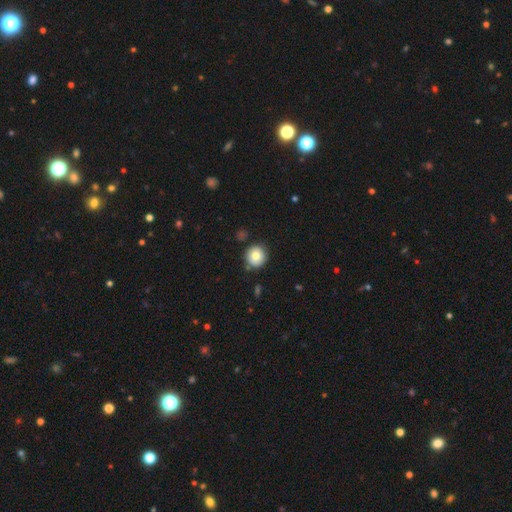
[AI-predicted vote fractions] Overall: smooth (78%). How rounded: round (94%). Merging: none (85%).